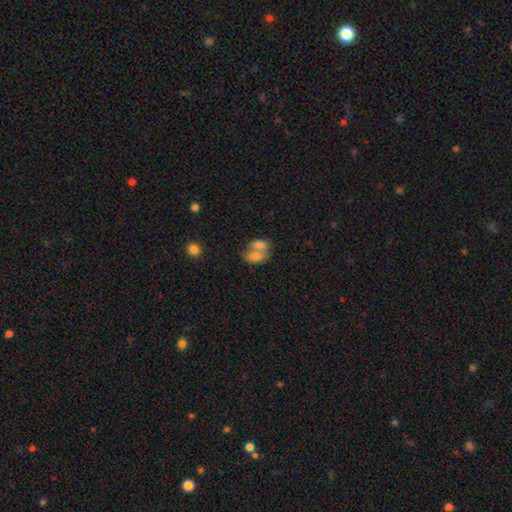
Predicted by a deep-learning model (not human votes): This appears to be a smooth galaxy with no disk features (75%) that is in between round and cigar-shaped (83%). Merging: merger (70%).